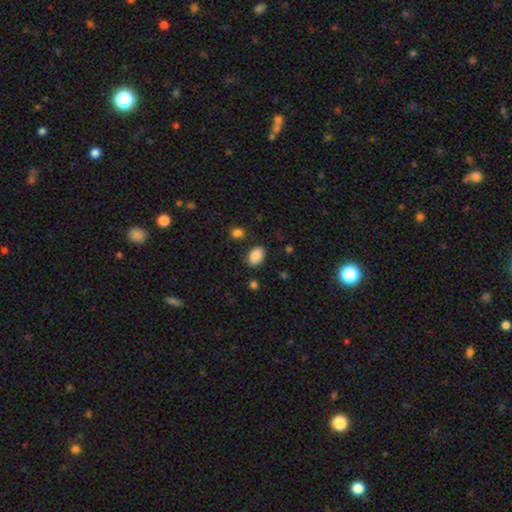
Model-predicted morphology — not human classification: Smooth or featured? smooth (88%)
How rounded? in between (79%)
Merging? none (79%)